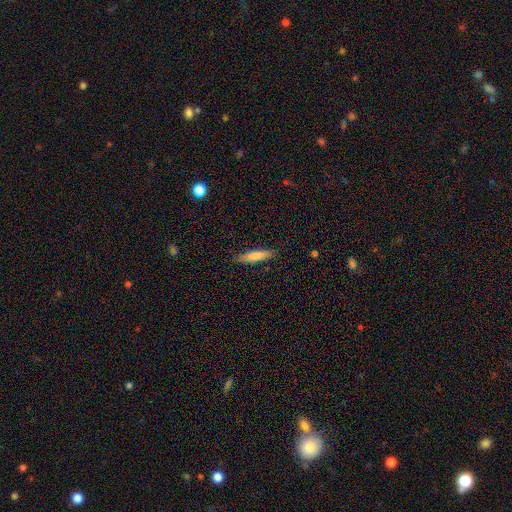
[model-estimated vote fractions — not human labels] smooth_or_featured: smooth (p=0.77) [alt: featured or disk p=0.17]
how_rounded: cigar-shaped (p=0.78) [alt: in between p=0.21]
merging: none (p=0.86) [alt: minor disturbance p=0.10]